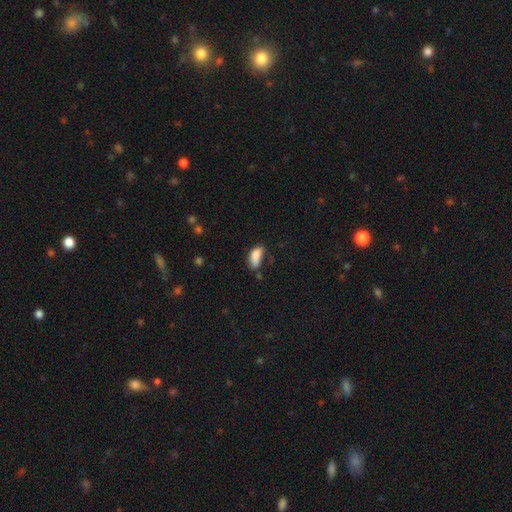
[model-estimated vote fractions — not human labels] A smooth galaxy with no disk features (82%) that is in between round and cigar-shaped (85%). Merging: none (43%).